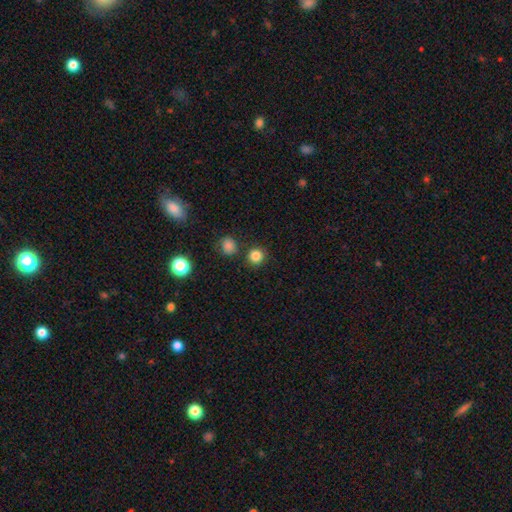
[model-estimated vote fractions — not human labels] The model was most divided on "smooth or featured": smooth: 83%, star or artifact: 13%, featured or disk: 4%. More confident: how rounded — round (92%); merging — none (83%).